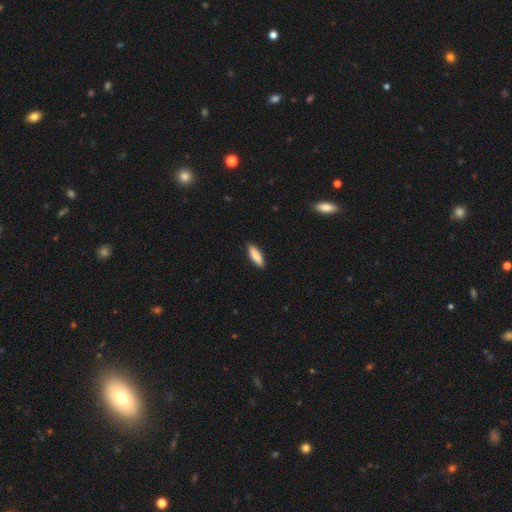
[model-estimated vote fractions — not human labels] A smooth galaxy with no disk features (86%) that is cigar-shaped (55%). Merging: none (90%).